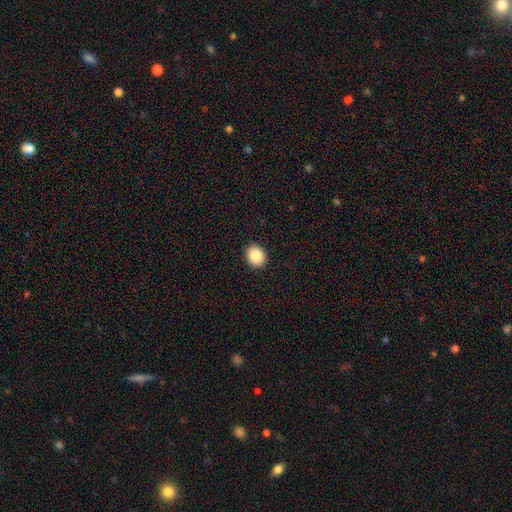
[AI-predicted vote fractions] Smooth or featured?
  - smooth: 87% *
  - star or artifact: 9%
  - featured or disk: 4%
How rounded?
  - round: 65% *
  - in between: 34%
  - cigar-shaped: 1%
Merging?
  - none: 92% *
  - minor disturbance: 5%
  - major disturbance: 2%
  - merger: 1%